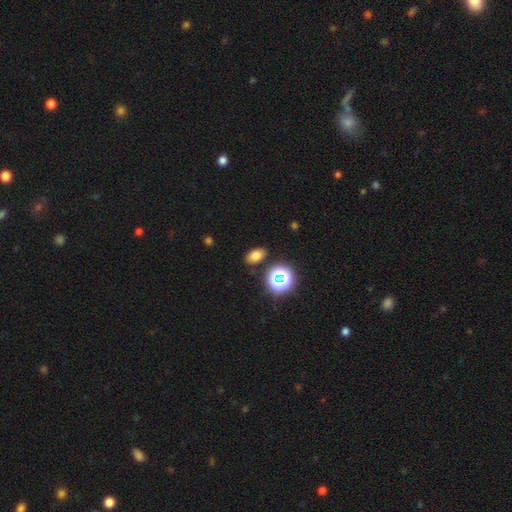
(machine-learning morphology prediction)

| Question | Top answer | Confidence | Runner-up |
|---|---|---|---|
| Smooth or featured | smooth | 72% | star or artifact (20%) |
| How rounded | in between | 84% | round (14%) |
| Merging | none | 85% | minor disturbance (10%) |